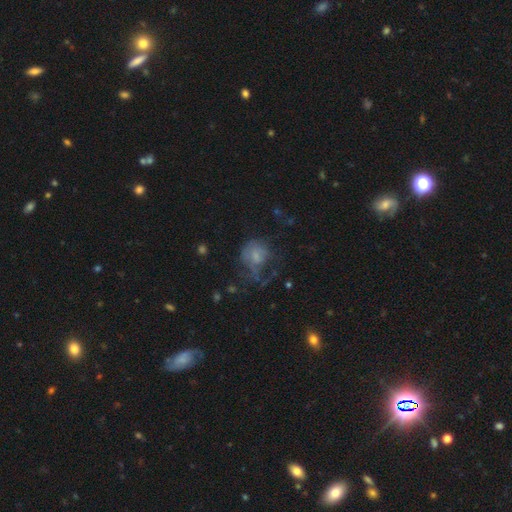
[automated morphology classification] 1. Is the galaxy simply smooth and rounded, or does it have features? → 51% smooth, 34% featured or disk, 14% star or artifact.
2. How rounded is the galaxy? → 55% round, 44% in between, 1% cigar-shaped.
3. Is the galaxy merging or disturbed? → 46% major disturbance, 29% none, 22% minor disturbance, 3% merger.